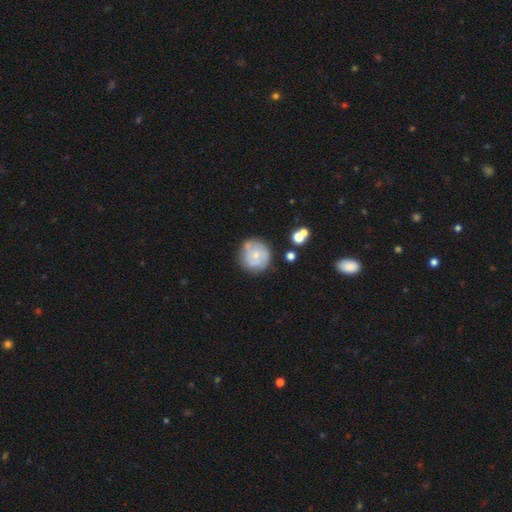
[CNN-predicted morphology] Smooth or featured? featured or disk (47%)
Merging? none (69%)